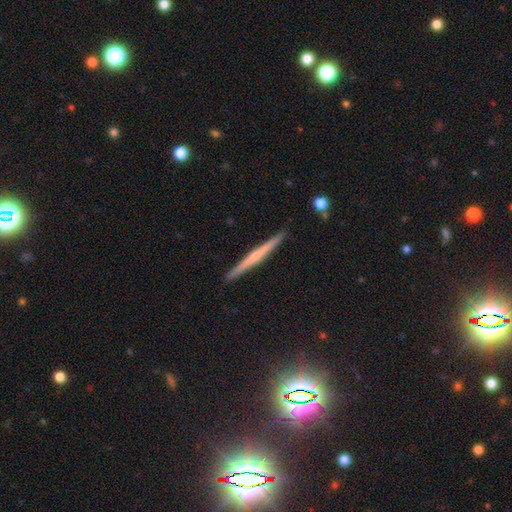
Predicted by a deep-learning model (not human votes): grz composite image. It shows a featured or disk galaxy (59%) viewed edge-on (98%) with no central bulge (55%). Merging: none (93%).